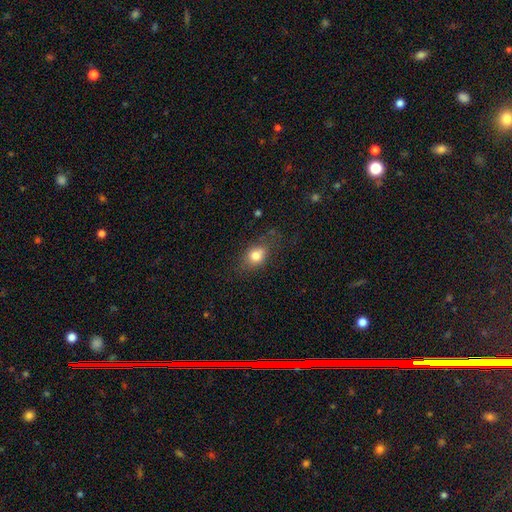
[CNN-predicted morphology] This is likely a smooth galaxy (78%). How rounded: likely in between (62%). Merging: likely none (68%).